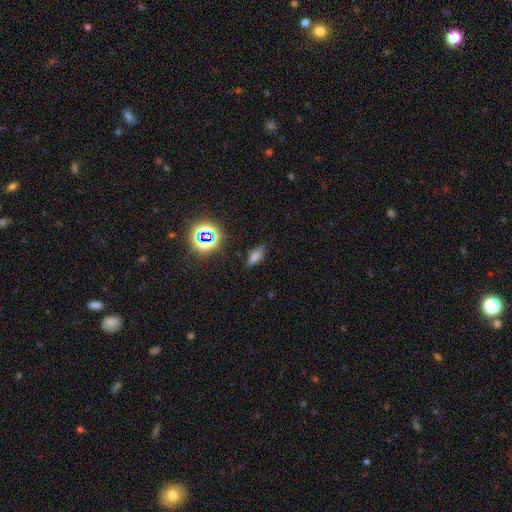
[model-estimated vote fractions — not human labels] Smooth or featured? Predicted: smooth (p=0.66). How rounded? Predicted: in between (p=0.68). Merging? Predicted: none (p=0.80).